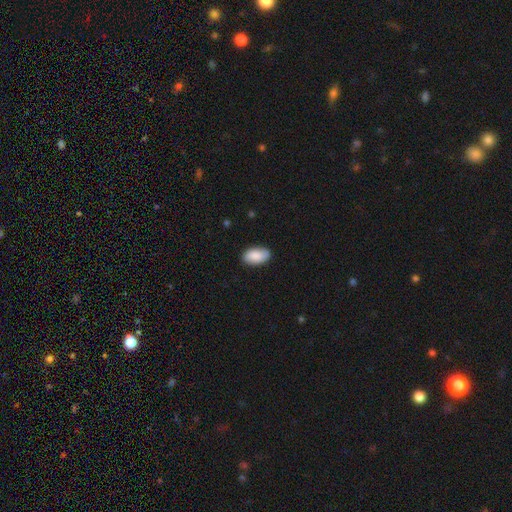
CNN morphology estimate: Smooth or featured?
  - smooth: 87% *
  - featured or disk: 8%
  - star or artifact: 6%
How rounded?
  - in between: 95% *
  - round: 4%
  - cigar-shaped: 2%
Merging?
  - none: 86% *
  - minor disturbance: 11%
  - major disturbance: 2%
  - merger: 1%